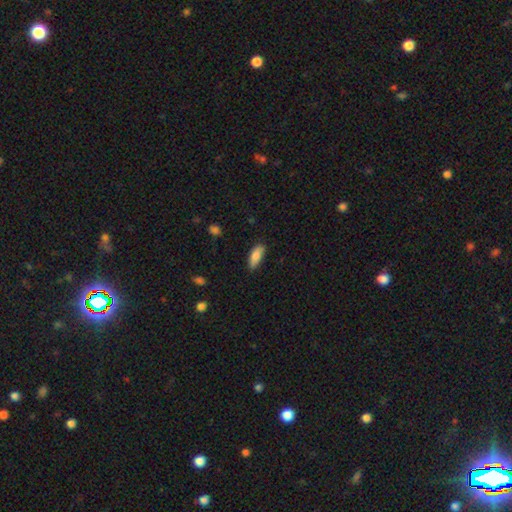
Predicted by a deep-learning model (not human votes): The model was most divided on "how rounded": in between: 74%, cigar-shaped: 24%, round: 2%. More confident: smooth or featured — smooth (85%); merging — none (80%).